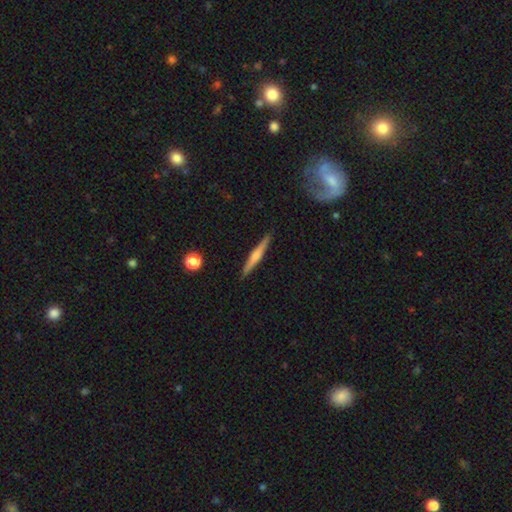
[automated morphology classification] Overall: featured or disk (58%; smooth 36%). Edge-on disk: yes (98%). Edge-on bulge: rounded (68%). Merging: none (91%).